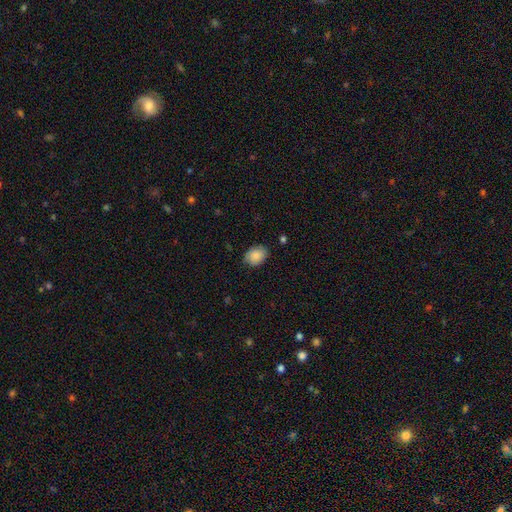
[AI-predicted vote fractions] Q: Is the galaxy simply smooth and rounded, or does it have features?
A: smooth — 87%.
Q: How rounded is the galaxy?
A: in between — 70%.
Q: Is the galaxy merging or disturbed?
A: none — 80%.